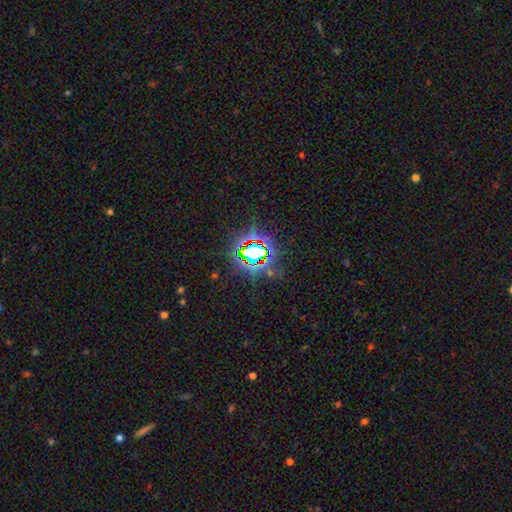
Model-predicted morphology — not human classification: A star or artifact, not a galaxy (76%).